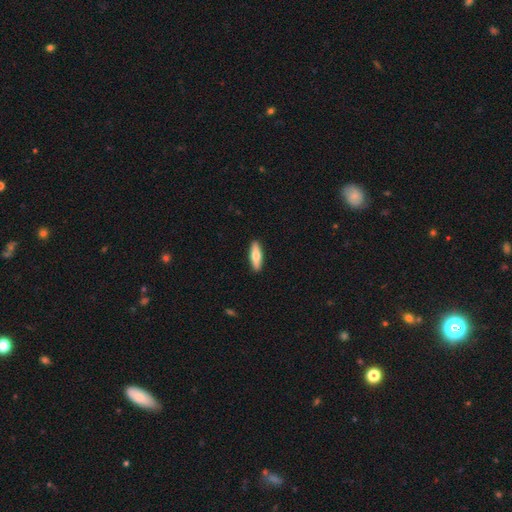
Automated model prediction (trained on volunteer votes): Overall: smooth (66%; featured or disk 29%). How rounded: cigar-shaped (55%; in between 43%). Merging: none (91%).